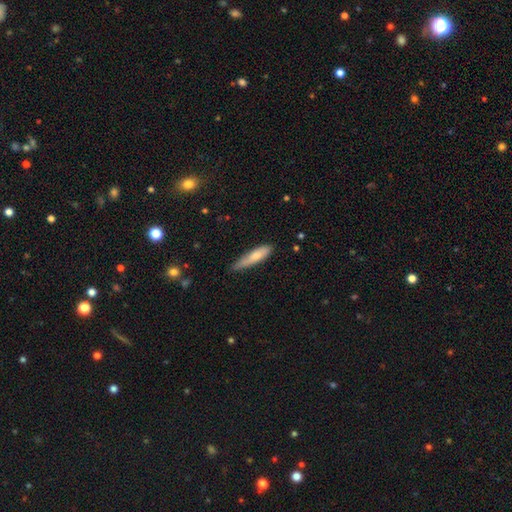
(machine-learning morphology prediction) smooth_or_featured: smooth (p=0.74) [alt: featured or disk p=0.20]
how_rounded: cigar-shaped (p=0.76) [alt: in between p=0.23]
merging: none (p=0.56) [alt: minor disturbance p=0.35]